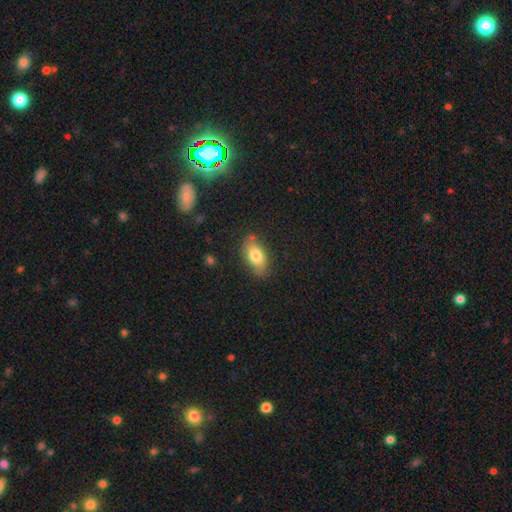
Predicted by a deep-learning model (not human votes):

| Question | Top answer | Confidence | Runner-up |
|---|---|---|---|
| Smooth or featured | smooth | 76% | featured or disk (16%) |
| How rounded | in between | 89% | round (6%) |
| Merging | none | 77% | minor disturbance (16%) |